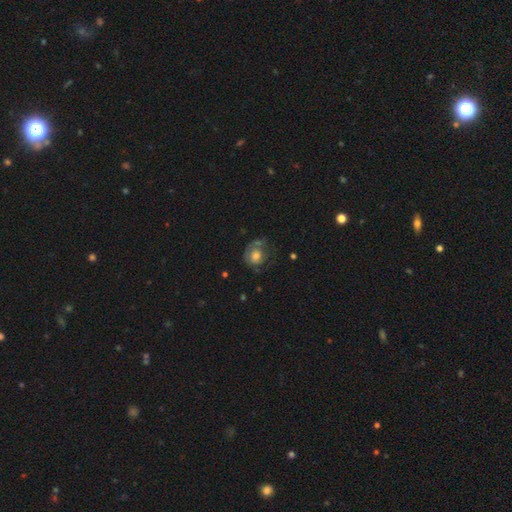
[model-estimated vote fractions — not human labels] Smooth or featured?
  - smooth: 46% *
  - featured or disk: 45%
  - star or artifact: 9%
Merging?
  - none: 44% *
  - minor disturbance: 26%
  - major disturbance: 25%
  - merger: 4%